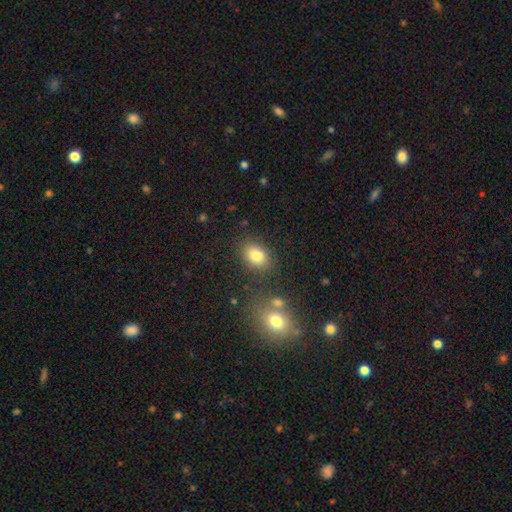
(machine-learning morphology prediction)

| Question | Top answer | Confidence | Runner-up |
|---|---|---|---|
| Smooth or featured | smooth | 84% | star or artifact (9%) |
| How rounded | in between | 76% | round (23%) |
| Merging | none | 79% | minor disturbance (12%) |